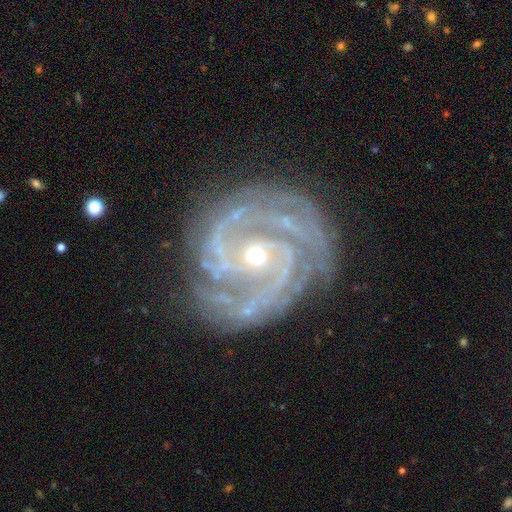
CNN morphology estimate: smooth_or_featured: featured or disk (p=0.92) [alt: star or artifact p=0.05]
disk_edge_on: no (p=0.98) [alt: yes p=0.02]
bar: no (p=0.56) [alt: weak p=0.28]
has_spiral_arms: yes (p=0.98) [alt: no p=0.02]
spiral_winding: tight (p=0.74) [alt: medium p=0.23]
spiral_arm_count: 2 (p=0.31) [alt: 3 p=0.30]
bulge_size: small (p=0.55) [alt: moderate p=0.42]
merging: none (p=0.77) [alt: minor disturbance p=0.16]